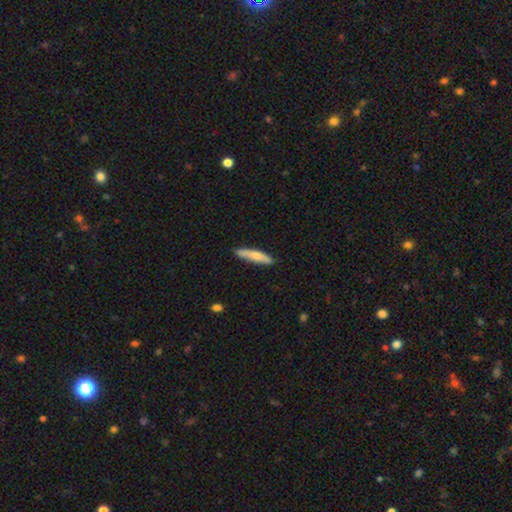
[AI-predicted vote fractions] A smooth galaxy with no disk features (66%) that is cigar-shaped (83%). Merging: none (85%).